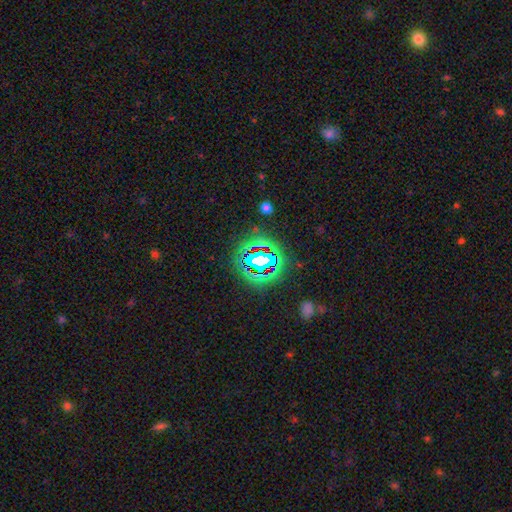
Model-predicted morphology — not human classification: This appears to be a star or artifact, not a galaxy (77%).